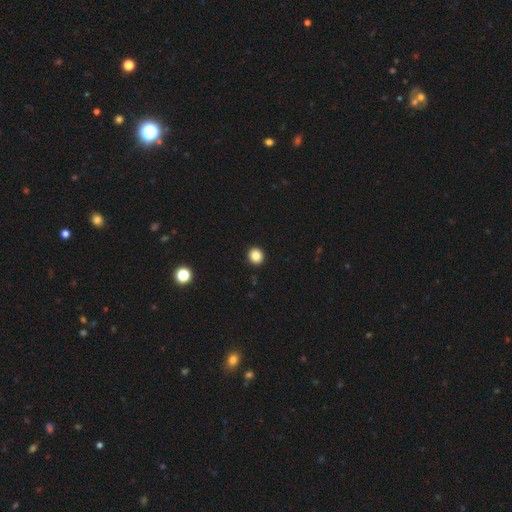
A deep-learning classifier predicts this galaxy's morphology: Smooth or featured? Predicted: smooth (p=0.86). How rounded? Predicted: round (p=0.85). Merging? Predicted: none (p=0.93).